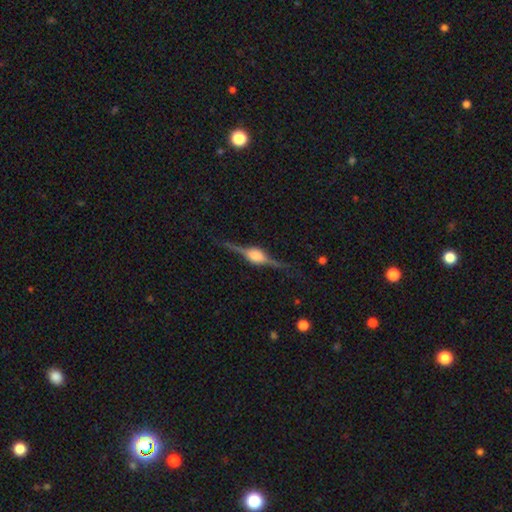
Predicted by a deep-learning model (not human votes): featured or disk 87%, smooth 7%, star or artifact 6%. Down the decision tree: edge-on disk — yes (98%); edge-on bulge — rounded (85%); merging — none (86%).